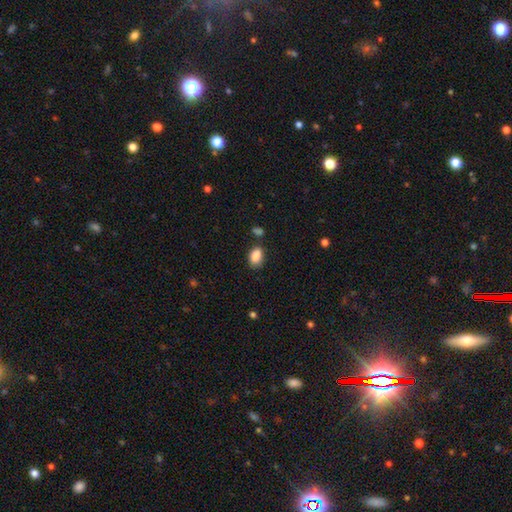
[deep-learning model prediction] Smooth or featured?
  - smooth: 87% *
  - star or artifact: 8%
  - featured or disk: 5%
How rounded?
  - in between: 88% *
  - round: 11%
  - cigar-shaped: 2%
Merging?
  - none: 76% *
  - minor disturbance: 16%
  - merger: 5%
  - major disturbance: 3%